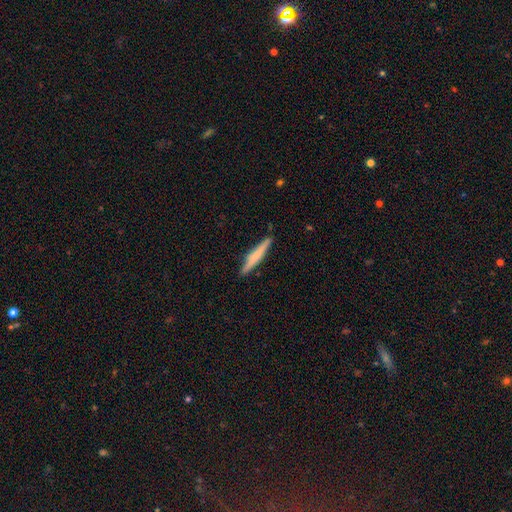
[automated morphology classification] smooth 59%, featured or disk 36%, star or artifact 6%. Down the decision tree: how rounded — cigar-shaped (94%); merging — none (88%).